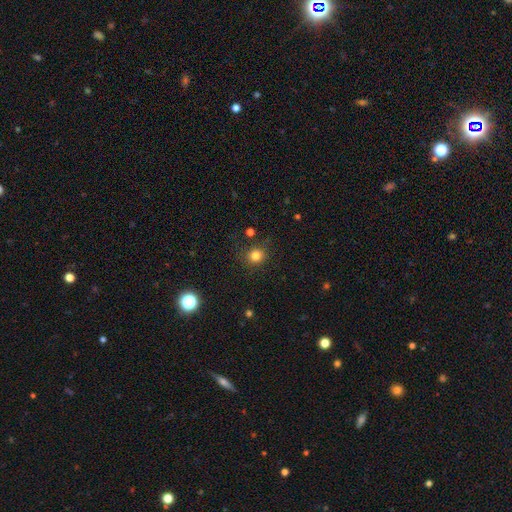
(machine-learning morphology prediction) A smooth galaxy with no disk features (80%) that is round (89%). Merging: none (85%).